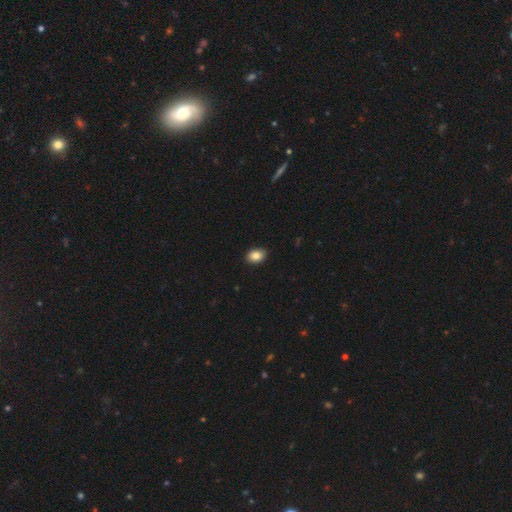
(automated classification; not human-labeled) smooth-or-featured: smooth: 87% | star or artifact: 8% | featured or disk: 5%
  how-rounded: in between: 74% | round: 25% | cigar-shaped: 1%
  merging: none: 91% | minor disturbance: 7% | major disturbance: 2% | merger: 1%